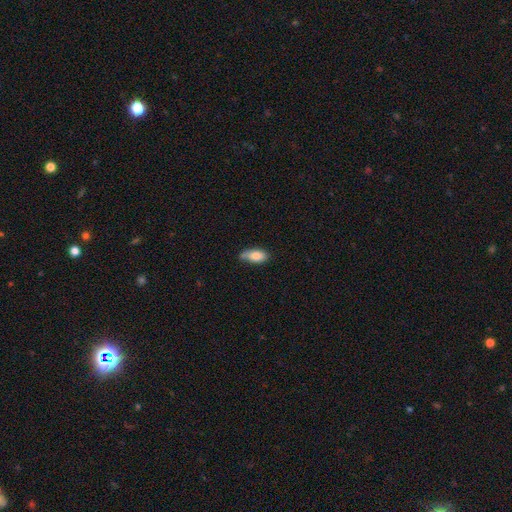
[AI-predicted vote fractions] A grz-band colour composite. It shows a smooth galaxy with no disk features (79%) that is in between round and cigar-shaped (87%). Merging: none (51%).